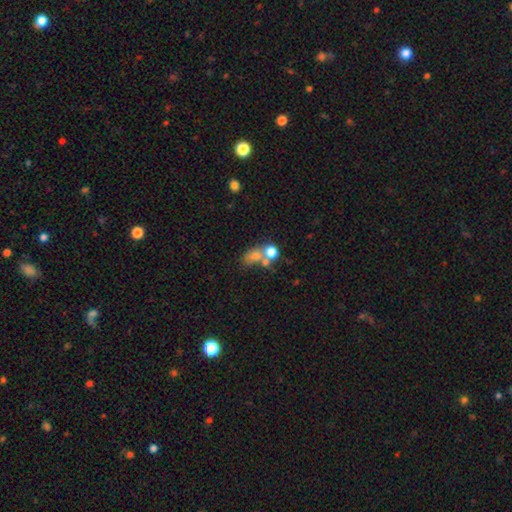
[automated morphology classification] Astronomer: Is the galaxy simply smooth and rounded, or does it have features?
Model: smooth — 64%.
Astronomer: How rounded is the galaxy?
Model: in between — 50% (runner-up: round, 47%).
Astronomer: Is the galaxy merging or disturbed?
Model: merger — 49% (runner-up: none, 34%).